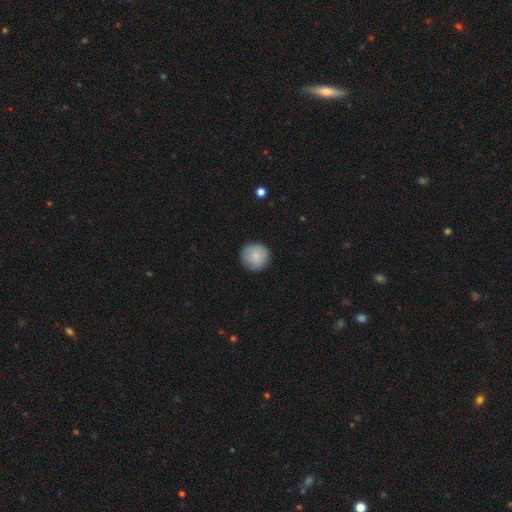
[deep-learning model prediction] smooth-or-featured: smooth: 81% | featured or disk: 12% | star or artifact: 7%
  how-rounded: round: 95% | in between: 4% | cigar-shaped: 1%
  merging: none: 87% | minor disturbance: 10% | major disturbance: 2% | merger: 1%